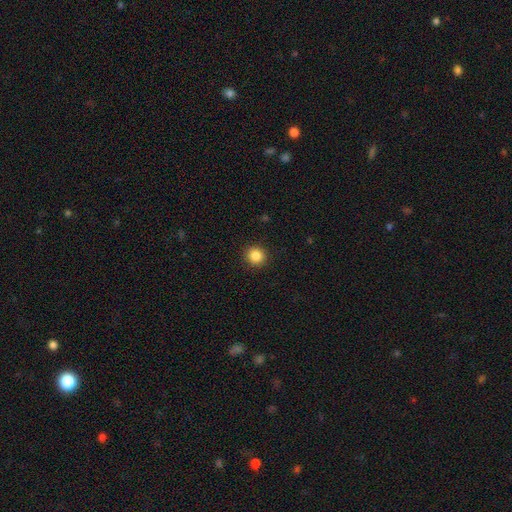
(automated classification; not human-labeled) smooth 86%, star or artifact 10%, featured or disk 4%. Down the decision tree: how rounded — round (93%); merging — none (92%).